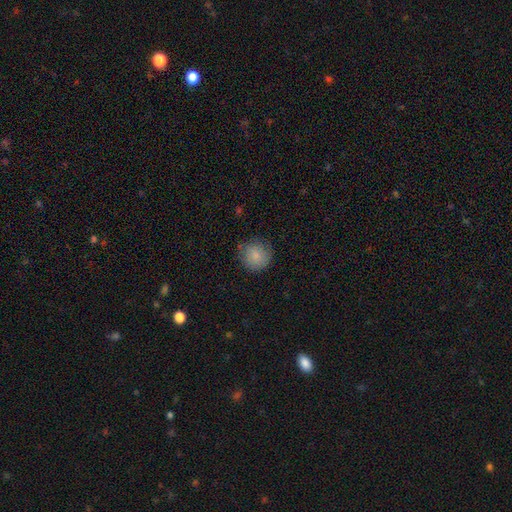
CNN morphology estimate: The model was most divided on "merging": none: 80%, minor disturbance: 15%, major disturbance: 4%, merger: 1%. More confident: how rounded — round (93%); smooth or featured — smooth (84%).